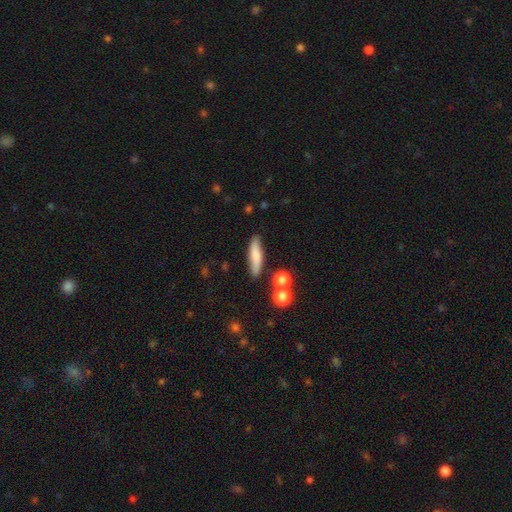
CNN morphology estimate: A smooth galaxy with no disk features (72%) that is cigar-shaped (74%).

Vote fractions:
- Smooth or featured? smooth: 72% / featured or disk: 20% / star or artifact: 8%
- How rounded? cigar-shaped: 74% / in between: 23% / round: 3%
- Merging? none: 81% / minor disturbance: 12% / merger: 4% / major disturbance: 3%